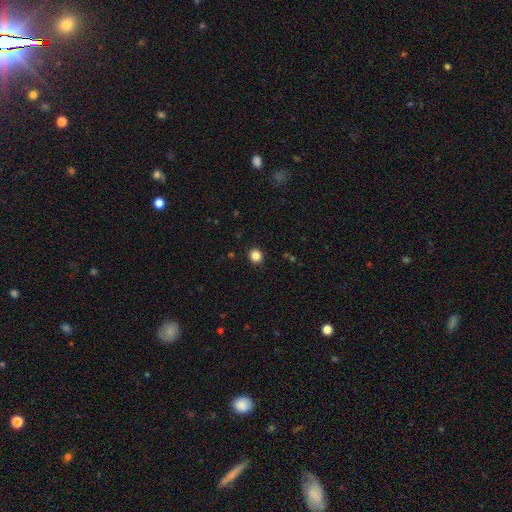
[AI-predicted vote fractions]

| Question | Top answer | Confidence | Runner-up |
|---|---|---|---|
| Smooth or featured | smooth | 85% | star or artifact (11%) |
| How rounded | round | 84% | in between (15%) |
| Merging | none | 91% | minor disturbance (6%) |